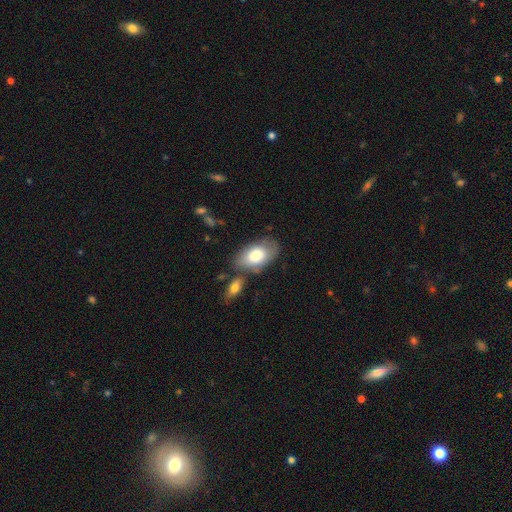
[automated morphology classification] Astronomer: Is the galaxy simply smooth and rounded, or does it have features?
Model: smooth — 77%.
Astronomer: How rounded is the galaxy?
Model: in between — 93%.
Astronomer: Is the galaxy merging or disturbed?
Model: none — 57%.